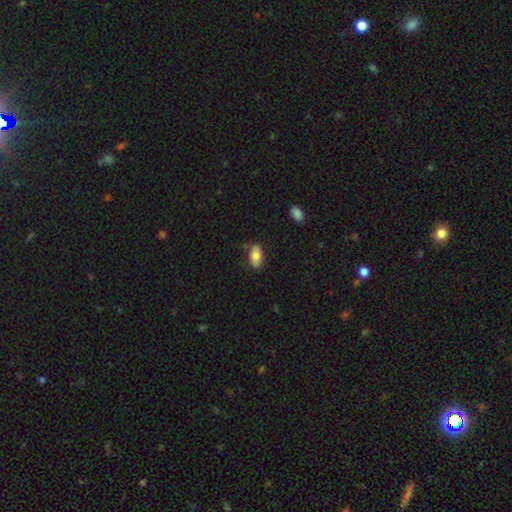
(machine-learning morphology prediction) This is likely a smooth galaxy (79%). How rounded: clearly in between (91%). Merging: likely none (74%).